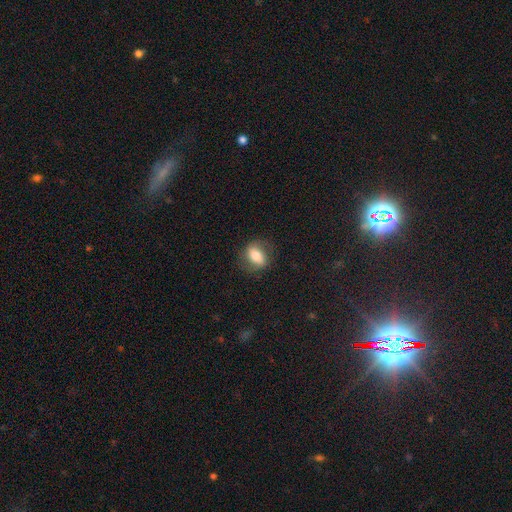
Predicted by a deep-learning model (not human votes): smooth 66%, featured or disk 26%, star or artifact 9%. Down the decision tree: how rounded — in between (72%); merging — none (77%).